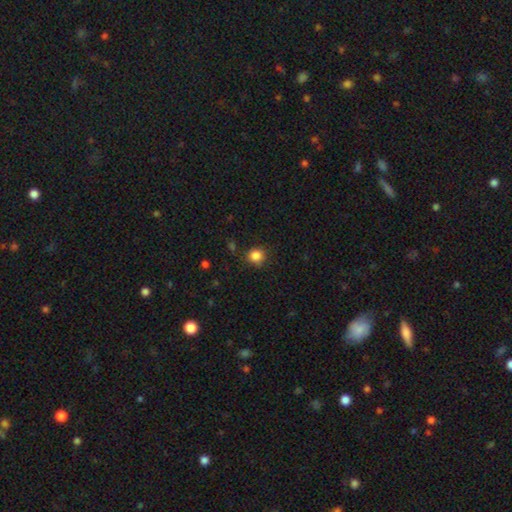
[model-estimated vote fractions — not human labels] A smooth galaxy with no disk features (85%) that is round (90%). Merging: none (84%).